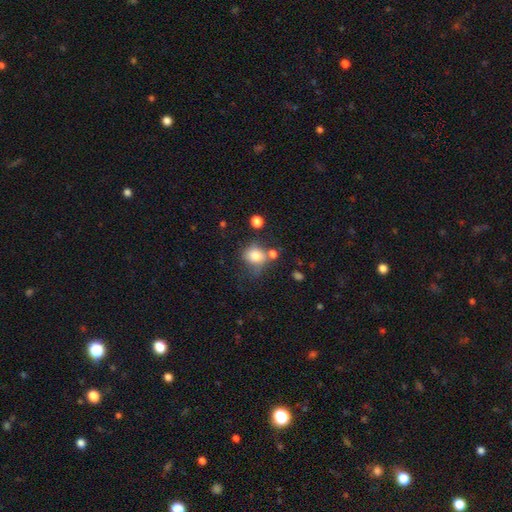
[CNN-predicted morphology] Q: Smooth or featured?
A: smooth (78%); runner-up: star or artifact (11%)
Q: How rounded?
A: round (70%); runner-up: in between (29%)
Q: Merging?
A: none (51%); runner-up: minor disturbance (21%)